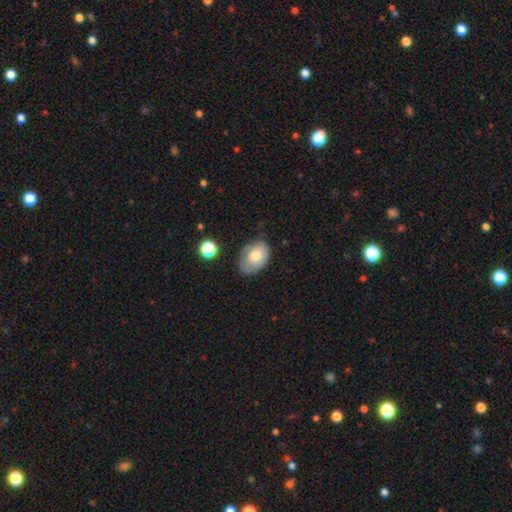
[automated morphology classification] This appears to be a smooth galaxy with no disk features (68%) that is in between round and cigar-shaped (81%). Merging: none (60%).